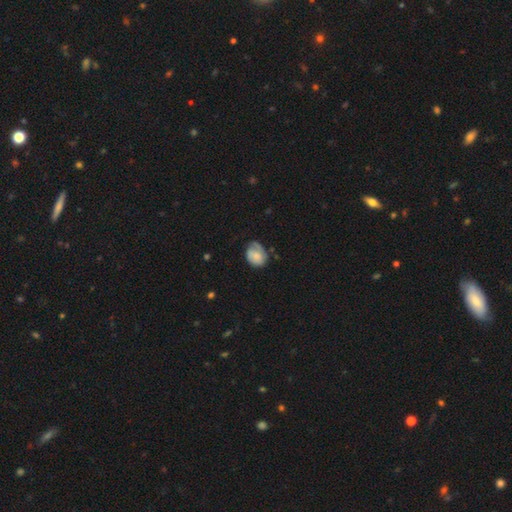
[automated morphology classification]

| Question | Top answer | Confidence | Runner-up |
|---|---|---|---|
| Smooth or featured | smooth | 60% | featured or disk (33%) |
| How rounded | in between | 54% | round (45%) |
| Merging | none | 48% | minor disturbance (34%) |